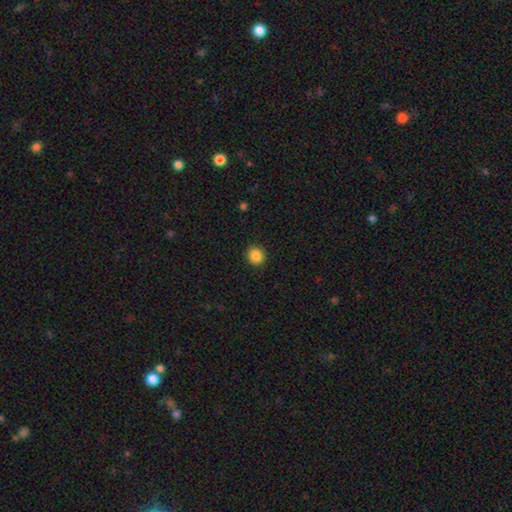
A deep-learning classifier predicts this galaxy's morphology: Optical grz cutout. It shows a smooth galaxy with no disk features (86%) that is round (90%). Merging: none (92%).